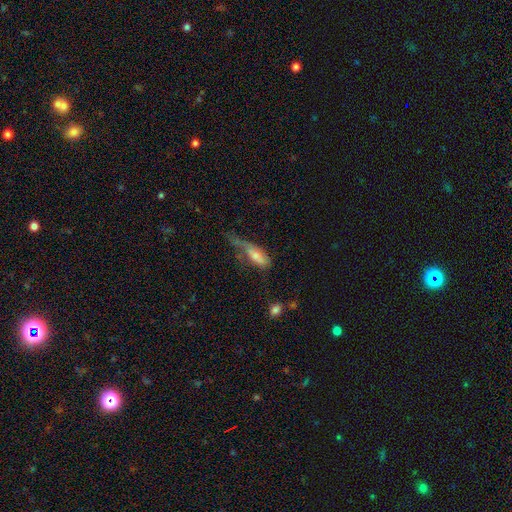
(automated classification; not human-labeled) Overall: smooth (59%; featured or disk 32%). How rounded: in between (60%; cigar-shaped 37%). Merging: major disturbance (39%; minor disturbance 29%).